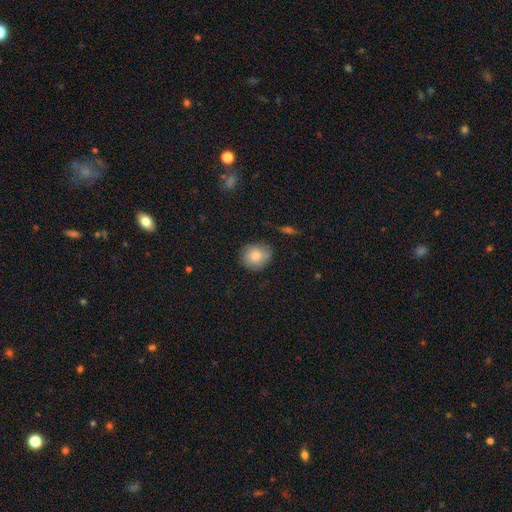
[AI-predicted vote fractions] Q: Smooth or featured?
A: smooth (77%); runner-up: featured or disk (14%)
Q: How rounded?
A: round (80%); runner-up: in between (19%)
Q: Merging?
A: none (79%); runner-up: minor disturbance (16%)